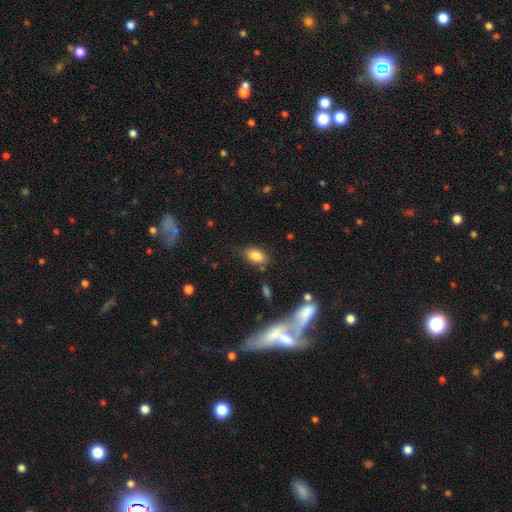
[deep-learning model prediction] The model was most divided on "merging": none: 77%, minor disturbance: 15%, major disturbance: 4%, merger: 4%. More confident: how rounded — in between (89%); smooth or featured — smooth (83%).